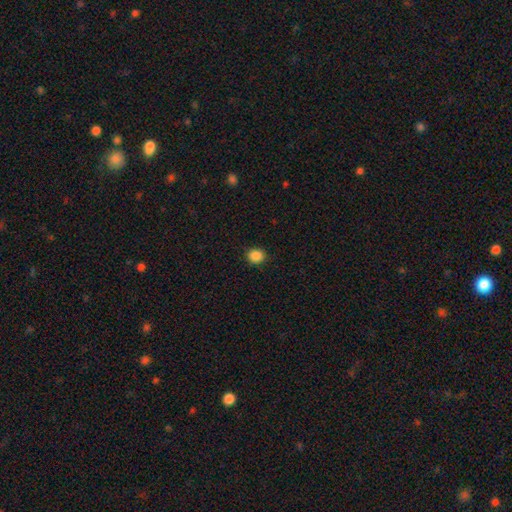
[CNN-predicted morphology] Overall: smooth (87%). How rounded: round (77%). Merging: none (90%).